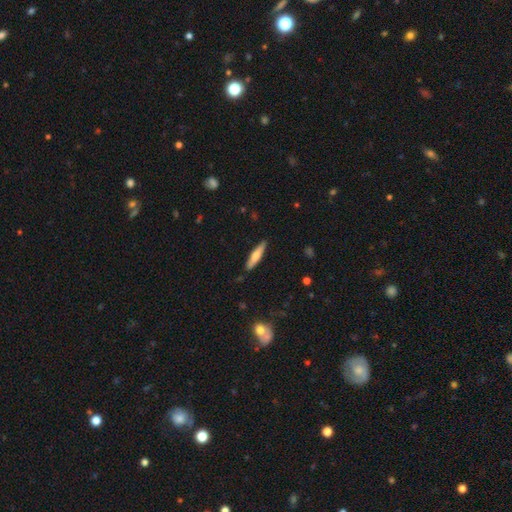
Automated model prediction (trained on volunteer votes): Smooth or featured? smooth (60%)
How rounded? cigar-shaped (85%)
Merging? none (88%)